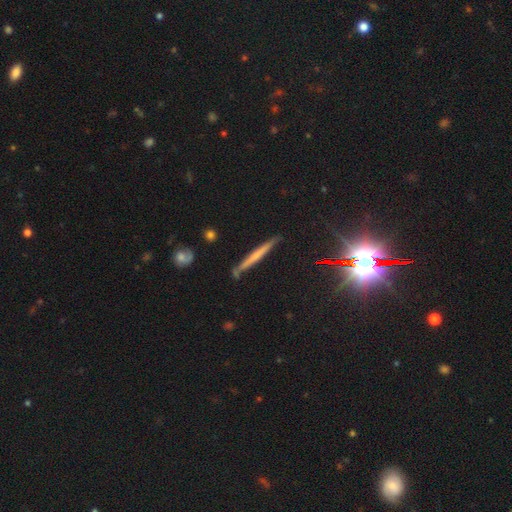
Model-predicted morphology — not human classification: type=featured or disk (47%); merging=none (85%).